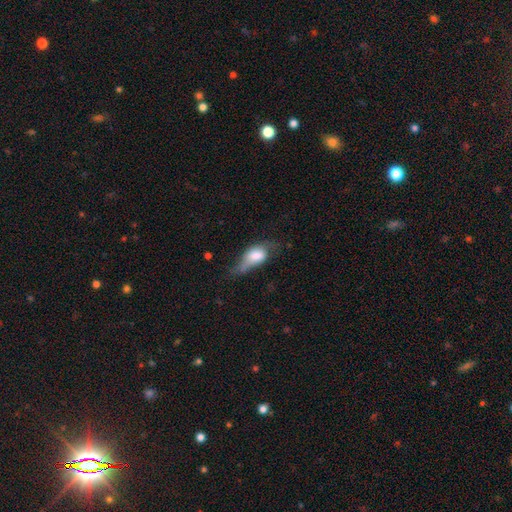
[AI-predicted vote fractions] Smooth or featured: smooth — 68% (featured or disk — 25%)
How rounded: in between — 82% (round — 11%)
Merging: major disturbance — 39% (minor disturbance — 34%)